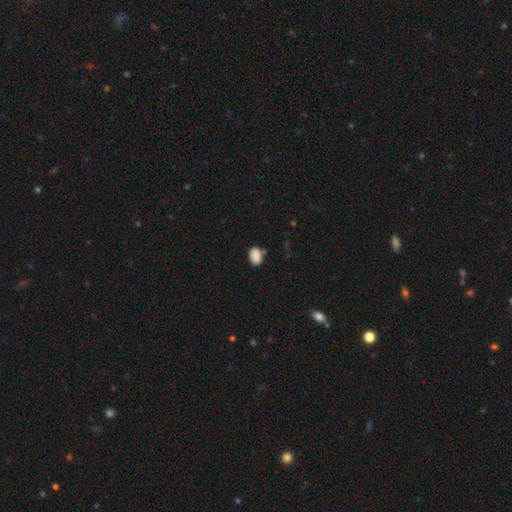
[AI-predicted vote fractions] Morphology: type=smooth (88%); roundness=in between (84%); merging=none (75%).